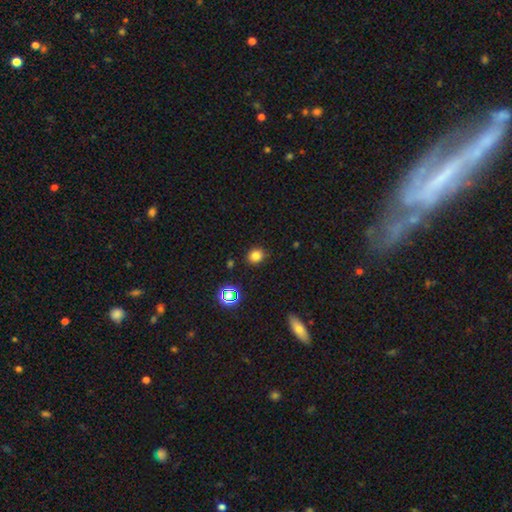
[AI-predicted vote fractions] Morphology: type=smooth (79%); roundness=round (68%); merging=none (87%).